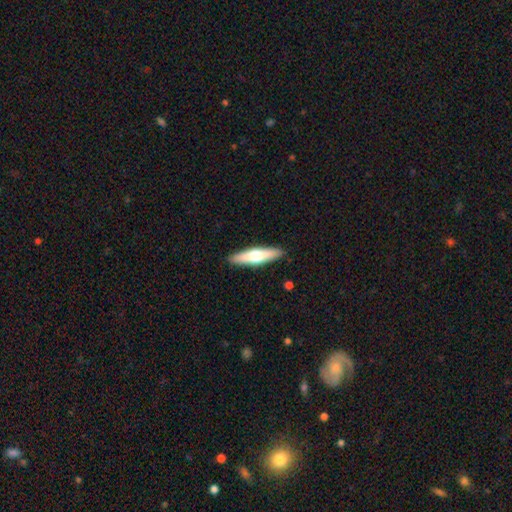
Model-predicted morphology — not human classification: smooth-or-featured: smooth: 56% | featured or disk: 39% | star or artifact: 5%
  how-rounded: cigar-shaped: 76% | in between: 22% | round: 2%
  merging: none: 90% | minor disturbance: 7% | major disturbance: 2% | merger: 1%